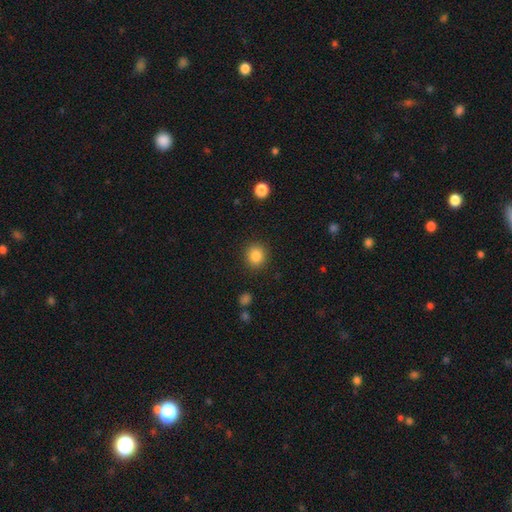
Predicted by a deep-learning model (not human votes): A smooth galaxy with no disk features (85%) that is round (87%).

Vote fractions:
- Smooth or featured? smooth: 85% / star or artifact: 10% / featured or disk: 5%
- How rounded? round: 87% / in between: 12% / cigar-shaped: 1%
- Merging? none: 89% / minor disturbance: 7% / major disturbance: 3% / merger: 1%